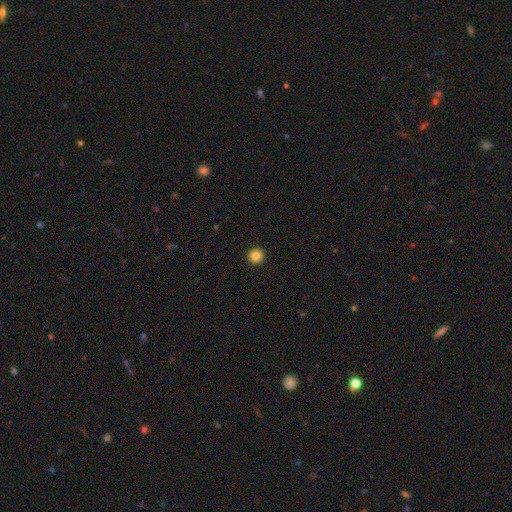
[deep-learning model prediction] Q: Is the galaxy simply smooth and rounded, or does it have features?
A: smooth — 84%.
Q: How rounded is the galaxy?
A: round — 96%.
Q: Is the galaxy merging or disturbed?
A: none — 94%.